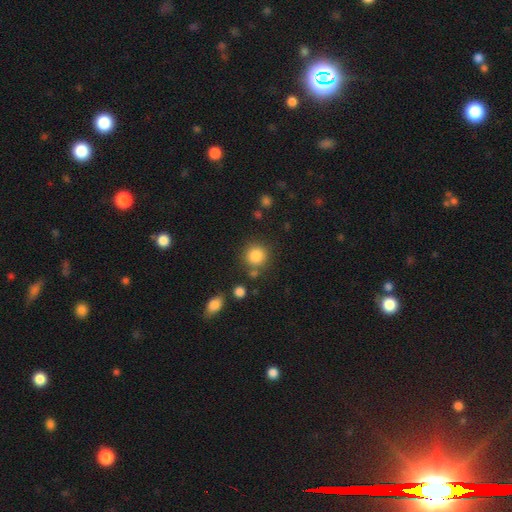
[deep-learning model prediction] A smooth galaxy with no disk features (85%) that is round (91%). Merging: none (77%).